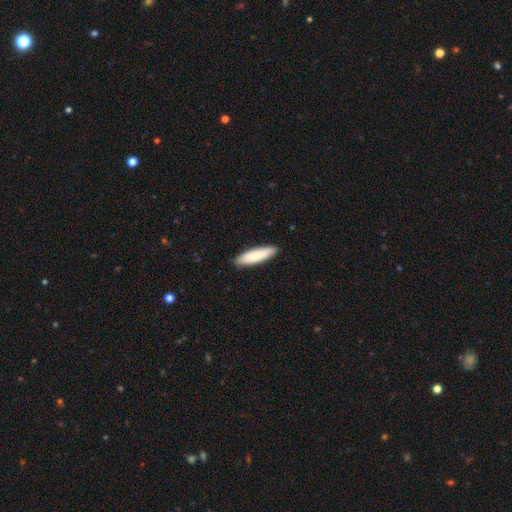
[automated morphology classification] smooth-or-featured: smooth: 83% | featured or disk: 12% | star or artifact: 5%
  how-rounded: cigar-shaped: 67% | in between: 32% | round: 1%
  merging: none: 89% | minor disturbance: 9% | major disturbance: 1% | merger: 1%